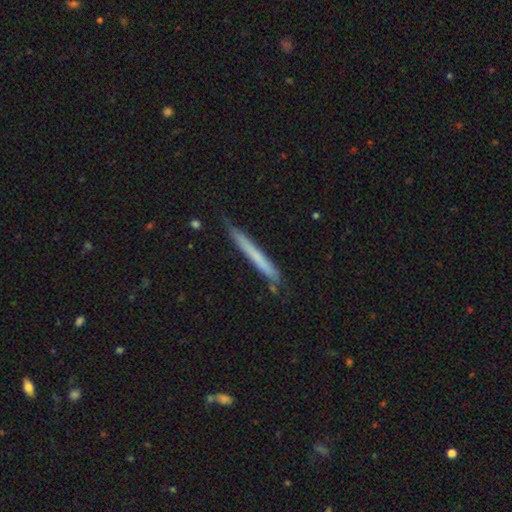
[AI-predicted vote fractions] This appears to be a smooth galaxy with no disk features (60%) that is cigar-shaped (97%). Merging: none (77%).